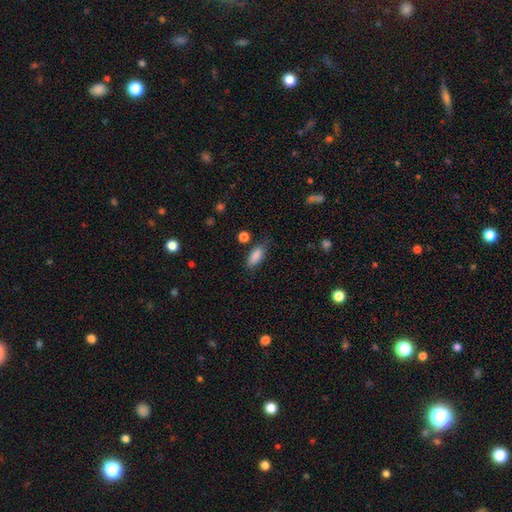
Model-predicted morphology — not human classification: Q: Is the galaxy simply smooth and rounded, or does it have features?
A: smooth — 86%.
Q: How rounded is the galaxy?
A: in between — 80%.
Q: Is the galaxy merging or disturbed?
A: none — 70%.